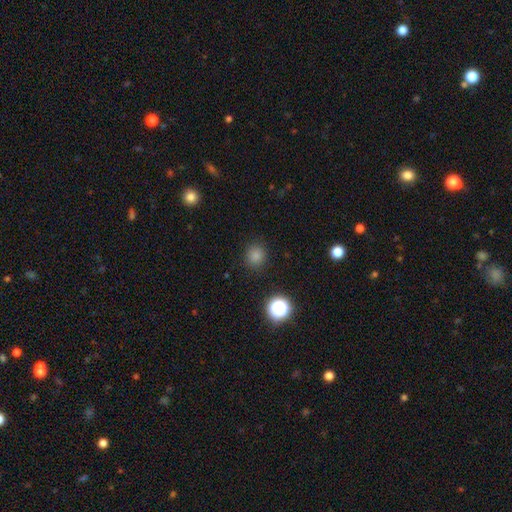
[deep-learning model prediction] Overall: smooth (80%). How rounded: round (88%). Merging: none (89%).